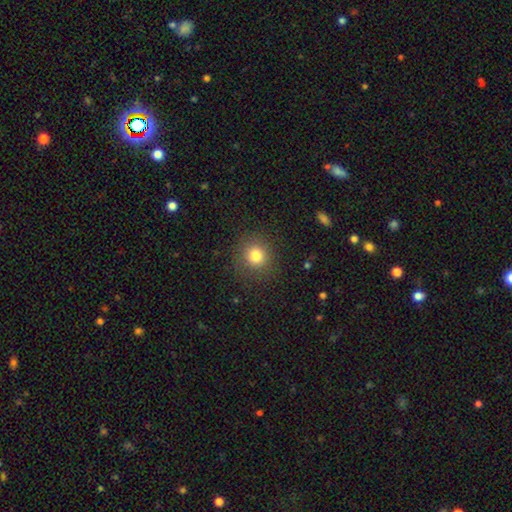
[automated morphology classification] This is clearly a smooth galaxy (80%). How rounded: clearly round (88%). Merging: clearly none (88%).